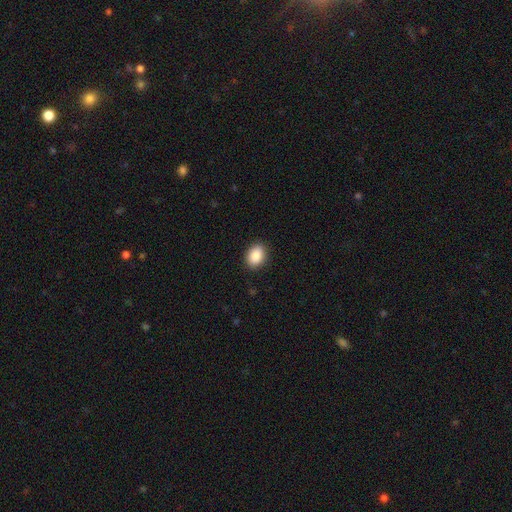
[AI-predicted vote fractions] Smooth or featured? smooth (89%)
How rounded? in between (75%)
Merging? none (89%)